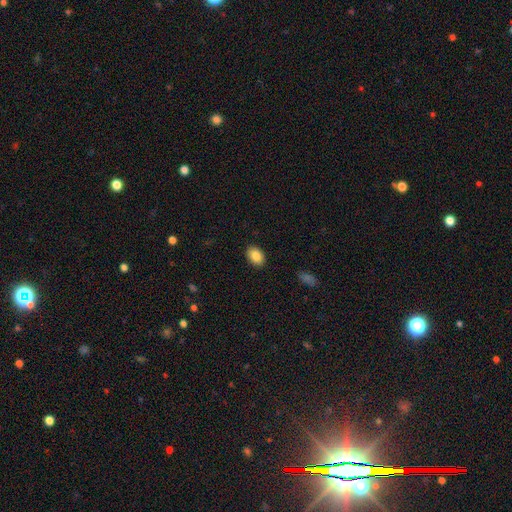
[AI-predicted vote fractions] Smooth or featured? Predicted: smooth (p=0.86). How rounded? Predicted: in between (p=0.82). Merging? Predicted: none (p=0.89).